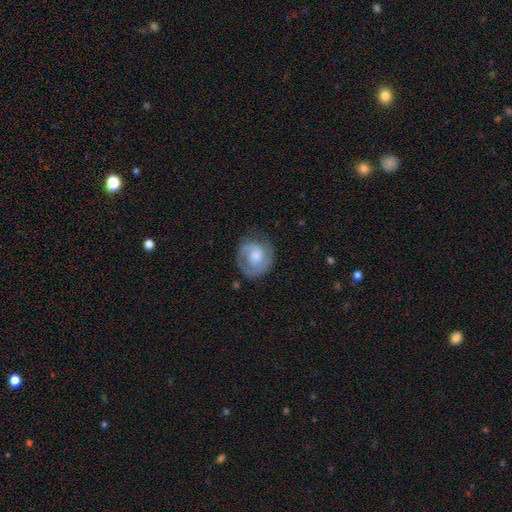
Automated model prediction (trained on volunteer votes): featured or disk 71%, smooth 23%, star or artifact 6%. Down the decision tree: edge-on disk — no (98%); bar — no (68%); spiral arms — yes (91%); spiral arm count — 2 (55%); spiral winding — tight (55%); bulge size — moderate (42%); merging — none (70%).